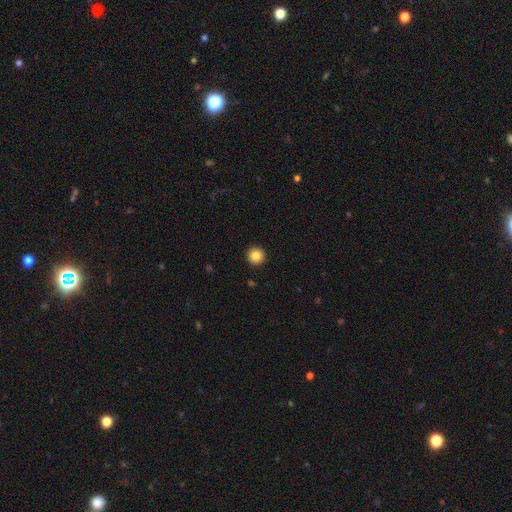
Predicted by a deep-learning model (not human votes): A smooth galaxy with no disk features (86%) that is round (96%).

Vote fractions:
- Smooth or featured? smooth: 86% / star or artifact: 9% / featured or disk: 4%
- How rounded? round: 96% / in between: 3% / cigar-shaped: 1%
- Merging? none: 93% / minor disturbance: 4% / major disturbance: 1% / merger: 1%